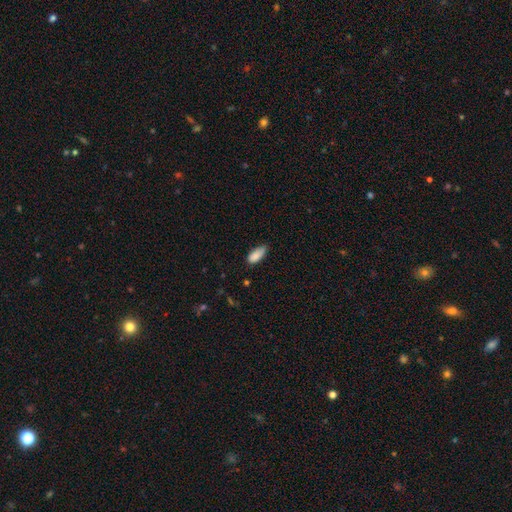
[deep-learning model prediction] Morphology: type=smooth (87%); roundness=in between (83%); merging=none (56%).